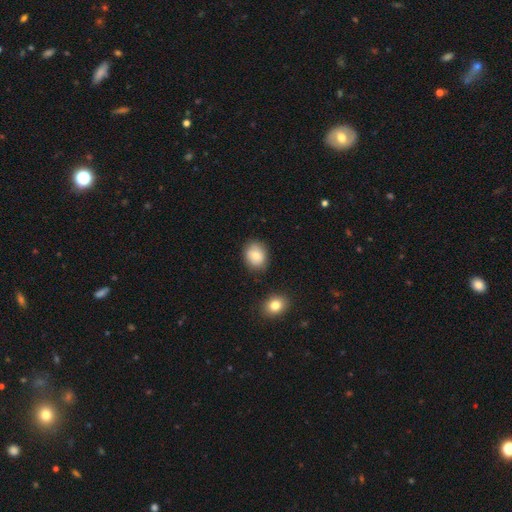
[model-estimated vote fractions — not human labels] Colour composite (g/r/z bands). It shows a smooth galaxy with no disk features (78%) that is round (65%). Merging: none (80%).